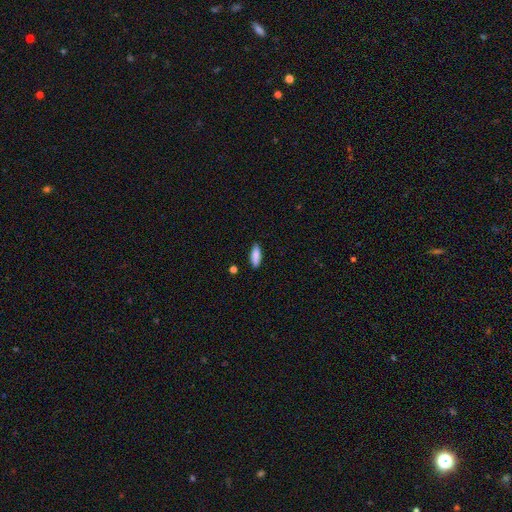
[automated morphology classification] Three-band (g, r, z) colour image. It shows a smooth galaxy with no disk features (87%) that is in between round and cigar-shaped (53%). Merging: none (86%).